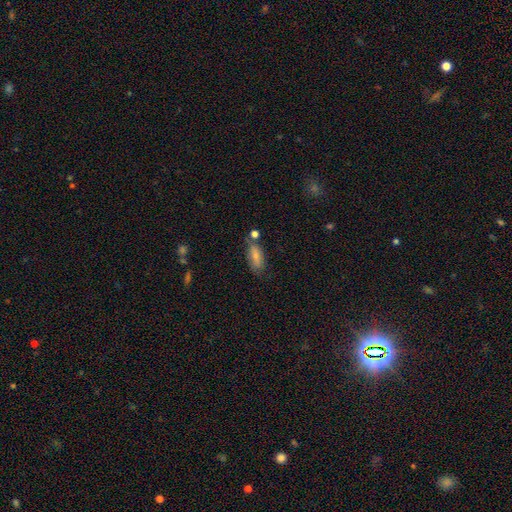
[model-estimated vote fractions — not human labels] Smooth or featured? Predicted: smooth (p=0.77). How rounded? Predicted: in between (p=0.74). Merging? Predicted: none (p=0.59).